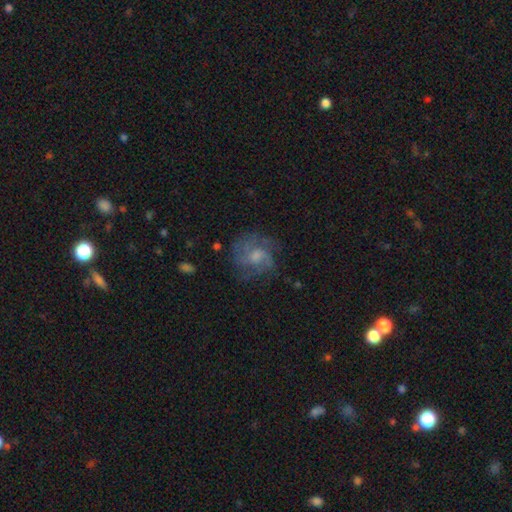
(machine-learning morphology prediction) Q: Smooth or featured?
A: featured or disk (65%); runner-up: smooth (26%)
Q: Edge-on disk?
A: no (98%); runner-up: yes (2%)
Q: Bar?
A: no (60%); runner-up: weak (36%)
Q: Spiral arms?
A: yes (84%); runner-up: no (16%)
Q: Spiral winding?
A: medium (47%); runner-up: tight (31%)
Q: Spiral arm count?
A: can't tell (31%); runner-up: 2 (26%)
Q: Bulge size?
A: moderate (43%); runner-up: small (34%)
Q: Merging?
A: none (63%); runner-up: minor disturbance (20%)